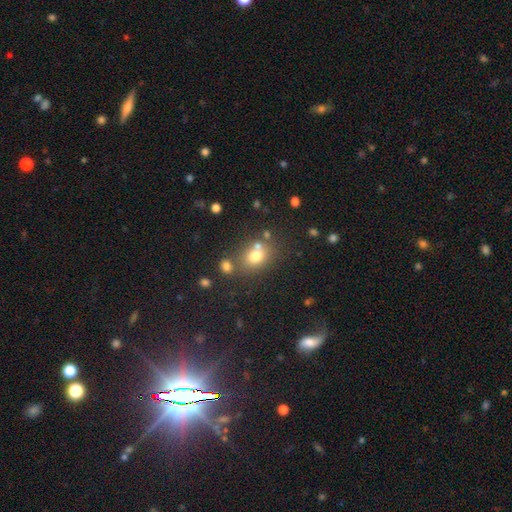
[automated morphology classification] type=smooth (72%); roundness=in between (50%); merging=none (60%).